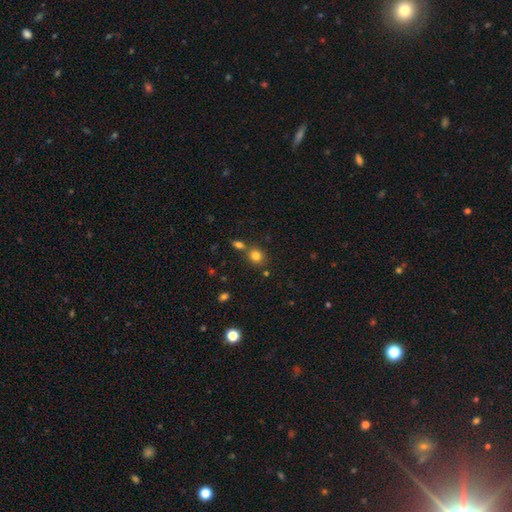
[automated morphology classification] The model was most divided on "merging": none: 65%, merger: 22%, minor disturbance: 9%, major disturbance: 3%. More confident: smooth or featured — smooth (80%); how rounded — round (80%).